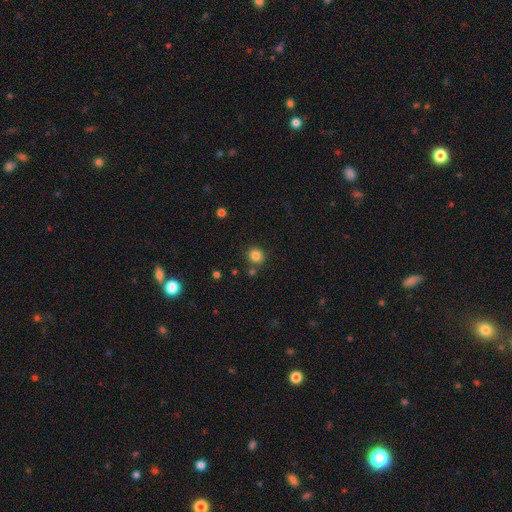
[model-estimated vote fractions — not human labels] smooth 83%, star or artifact 12%, featured or disk 5%. Down the decision tree: how rounded — round (84%); merging — none (83%).